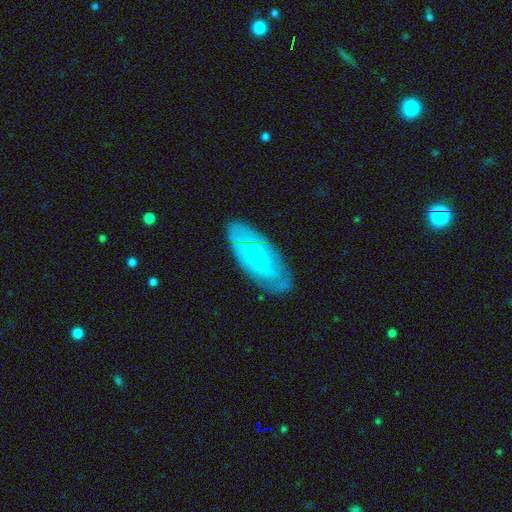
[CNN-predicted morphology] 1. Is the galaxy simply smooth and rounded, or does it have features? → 50% featured or disk, 43% smooth, 7% star or artifact.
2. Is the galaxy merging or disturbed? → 77% none, 17% minor disturbance, 5% major disturbance, 1% merger.